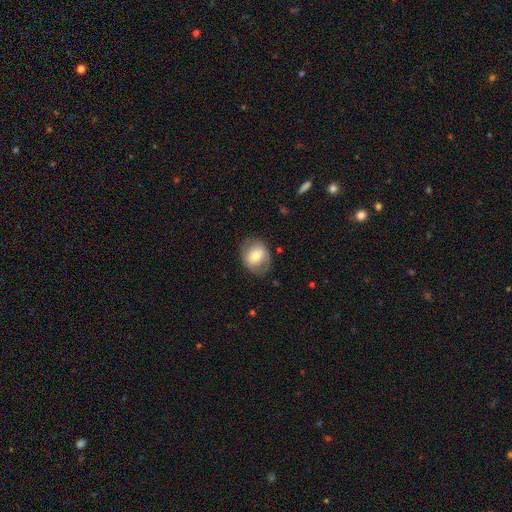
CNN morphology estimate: This is possibly a smooth galaxy (60%). How rounded: possibly round (56%). Merging: likely none (76%).